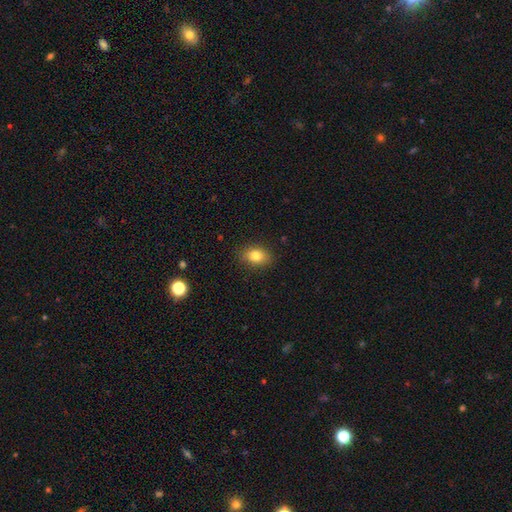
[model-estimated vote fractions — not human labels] Smooth or featured? Predicted: smooth (p=0.81). How rounded? Predicted: in between (p=0.75). Merging? Predicted: none (p=0.87).